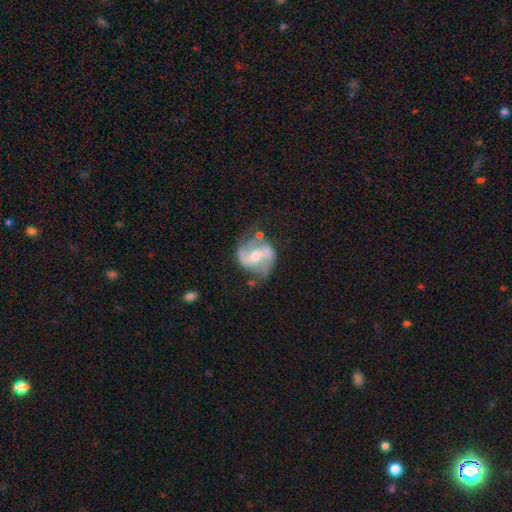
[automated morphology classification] Smooth or featured: featured or disk — 84% (smooth — 11%)
Edge-on disk: no — 97% (yes — 3%)
Bar: strong — 40% (weak — 39%)
Spiral arms: yes — 90% (no — 10%)
Spiral winding: medium — 47% (loose — 36%)
Spiral arm count: 2 — 89% (can't tell — 5%)
Bulge size: moderate — 67% (small — 22%)
Merging: none — 61% (minor disturbance — 22%)